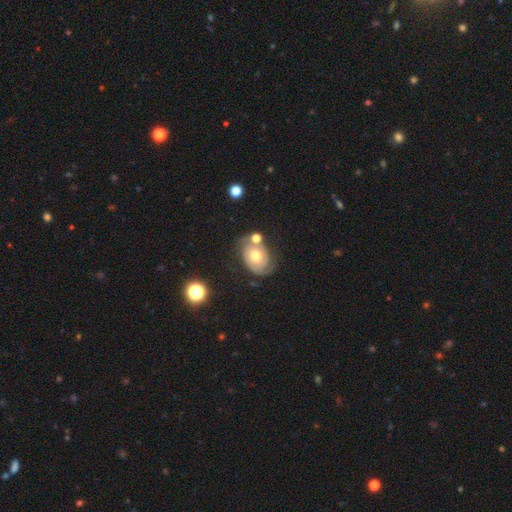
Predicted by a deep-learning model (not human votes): A featured or disk galaxy (67%) with no bar (81%), 2 (67%) tight (59%) spiral arms (83%) and a moderate central bulge (70%). Merging: none (61%).